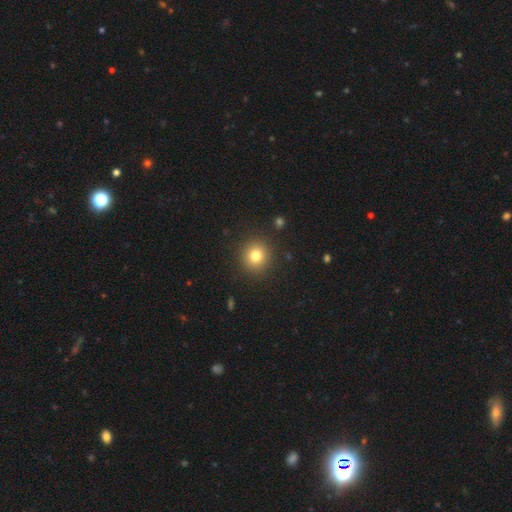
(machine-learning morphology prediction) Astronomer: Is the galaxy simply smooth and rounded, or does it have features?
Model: smooth — 79%.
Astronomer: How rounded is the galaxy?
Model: round — 91%.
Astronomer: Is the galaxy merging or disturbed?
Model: none — 90%.